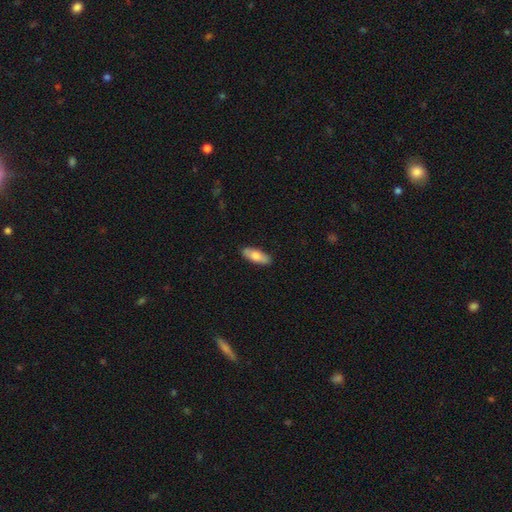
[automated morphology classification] smooth 76%, featured or disk 18%, star or artifact 5%. Down the decision tree: how rounded — in between (70%); merging — none (88%).